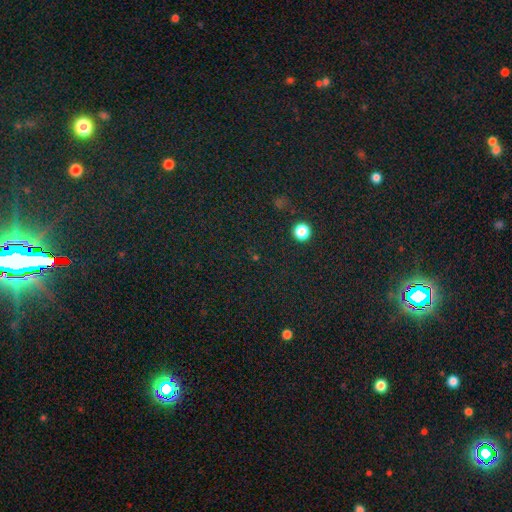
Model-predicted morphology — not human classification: type=star or artifact (77%).